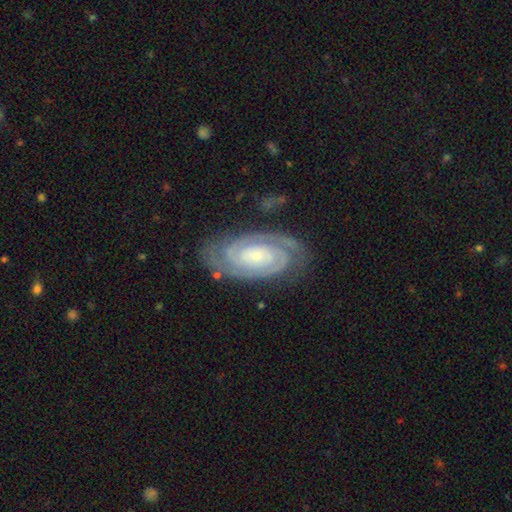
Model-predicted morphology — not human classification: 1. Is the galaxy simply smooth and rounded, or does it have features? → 91% featured or disk, 5% smooth, 4% star or artifact.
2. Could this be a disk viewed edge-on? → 97% no, 3% yes.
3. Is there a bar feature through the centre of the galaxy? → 59% no, 27% weak, 14% strong.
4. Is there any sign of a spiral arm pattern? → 98% yes, 2% no.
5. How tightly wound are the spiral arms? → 80% tight, 18% medium, 2% loose.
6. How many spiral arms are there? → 84% 2, 6% 3, 5% can't tell, 2% 4, 2% 1, 2% more than 4.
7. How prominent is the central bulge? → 67% small, 24% moderate, 5% none, 3% large, 1% dominant.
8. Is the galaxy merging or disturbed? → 81% none, 14% minor disturbance, 4% major disturbance, 1% merger.